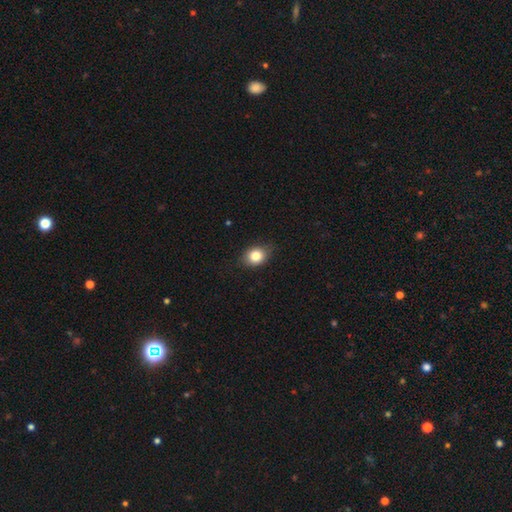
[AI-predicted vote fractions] Smooth or featured? Predicted: smooth (p=0.82). How rounded? Predicted: round (p=0.50). Merging? Predicted: none (p=0.79).